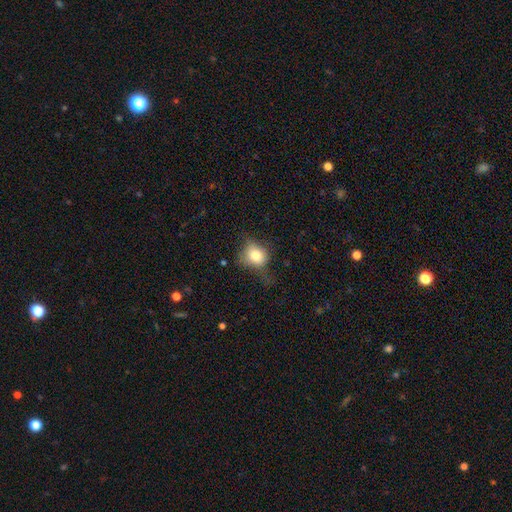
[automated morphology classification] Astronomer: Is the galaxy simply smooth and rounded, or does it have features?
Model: smooth — 76%.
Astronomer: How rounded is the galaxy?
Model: round — 62%.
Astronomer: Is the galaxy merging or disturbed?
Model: none — 46% (runner-up: minor disturbance, 32%).